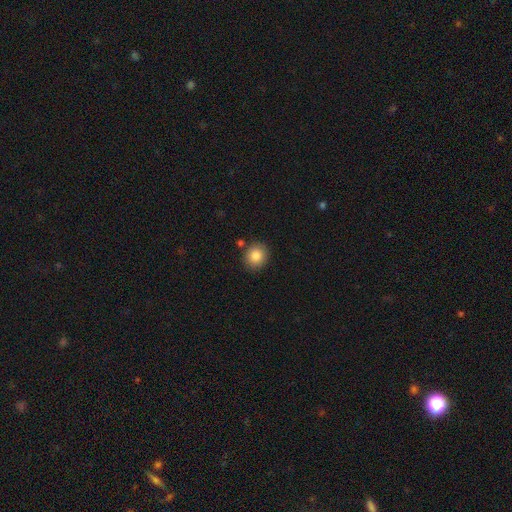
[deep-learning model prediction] Smooth or featured? smooth (86%)
How rounded? round (80%)
Merging? none (83%)